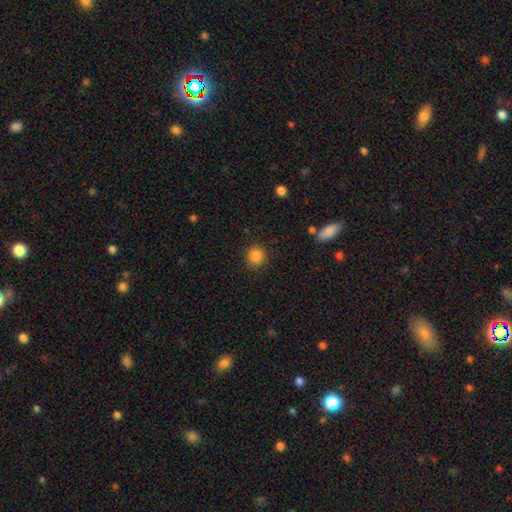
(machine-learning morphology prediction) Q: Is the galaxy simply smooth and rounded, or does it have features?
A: smooth — 86%.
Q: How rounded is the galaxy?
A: round — 91%.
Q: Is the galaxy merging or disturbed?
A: none — 89%.